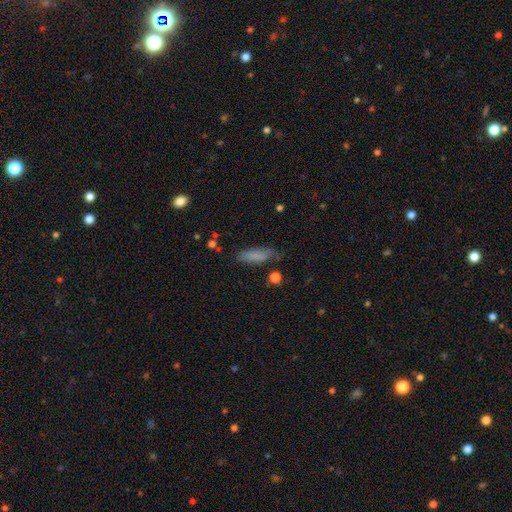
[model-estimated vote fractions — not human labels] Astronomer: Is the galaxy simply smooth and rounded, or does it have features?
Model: smooth — 80%.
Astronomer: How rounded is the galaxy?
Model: cigar-shaped — 53% (runner-up: in between, 45%).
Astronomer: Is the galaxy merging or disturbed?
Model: none — 71%.